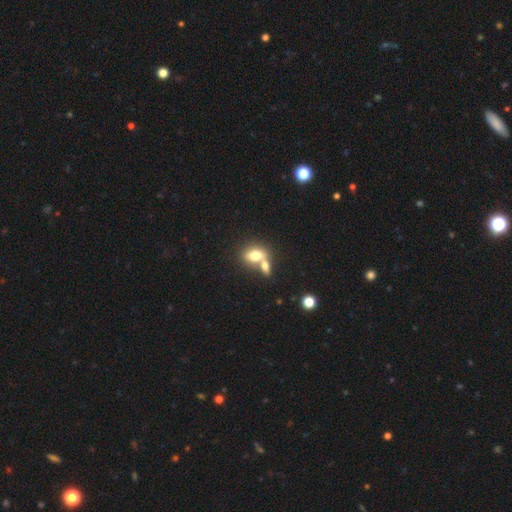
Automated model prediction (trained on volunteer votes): Morphology: type=smooth (73%); roundness=in between (74%); merging=merger (60%).